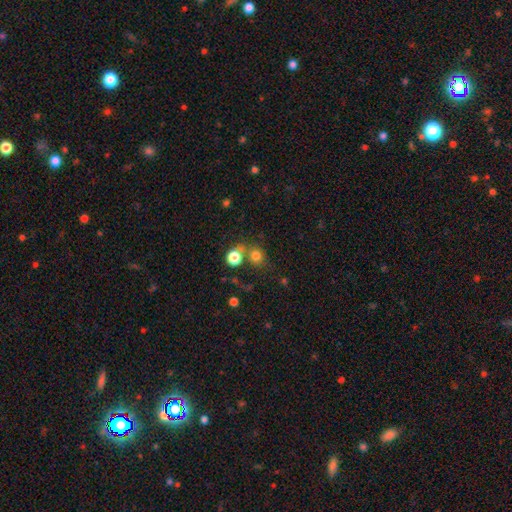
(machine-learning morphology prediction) type=smooth (77%); roundness=round (81%); merging=none (62%).